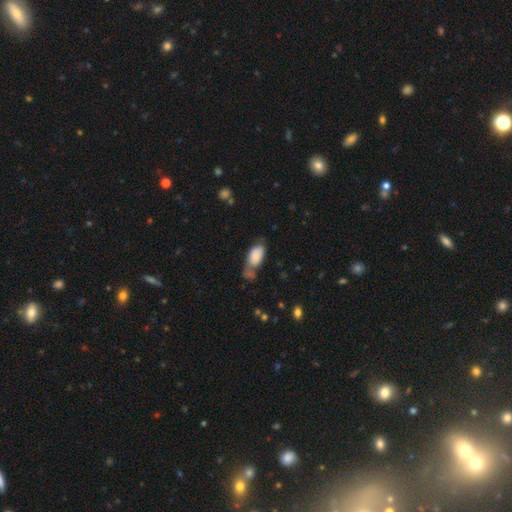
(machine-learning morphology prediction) Smooth or featured: smooth — 79% (featured or disk — 13%)
How rounded: in between — 92% (round — 4%)
Merging: none — 29% (minor disturbance — 28%)